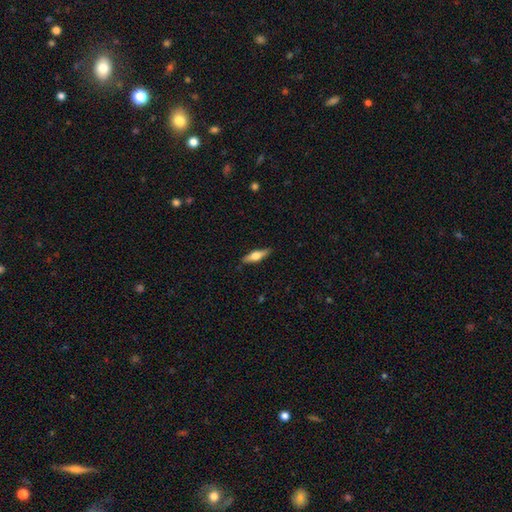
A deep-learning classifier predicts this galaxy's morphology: Smooth or featured? featured or disk (49%)
Merging? none (88%)